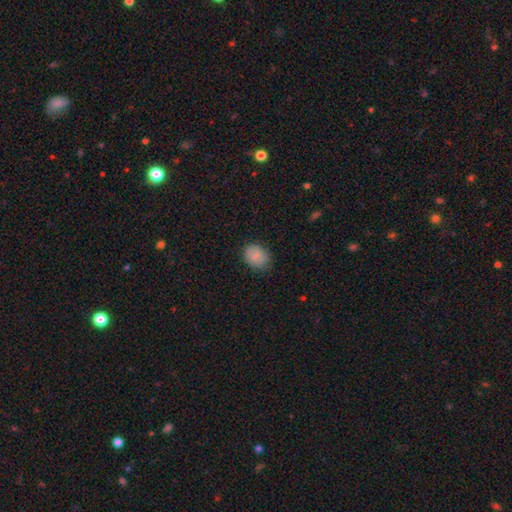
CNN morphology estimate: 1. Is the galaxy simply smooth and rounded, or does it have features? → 84% smooth, 8% star or artifact, 8% featured or disk.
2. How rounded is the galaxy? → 53% round, 46% in between, 1% cigar-shaped.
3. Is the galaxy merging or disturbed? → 80% none, 15% minor disturbance, 3% major disturbance, 1% merger.